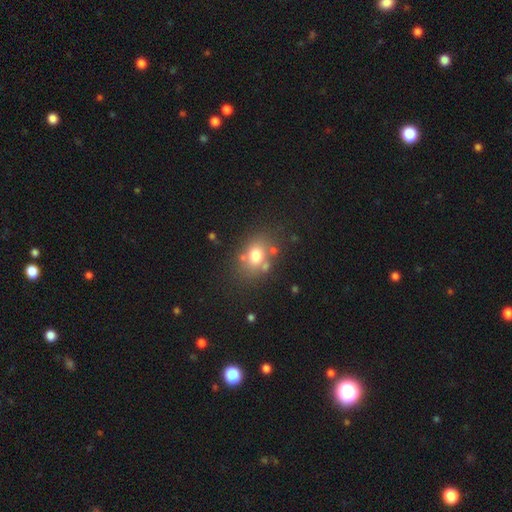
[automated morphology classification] The model was most divided on "how rounded": in between: 50%, round: 48%, cigar-shaped: 1%. More confident: smooth or featured — smooth (71%); merging — none (69%).